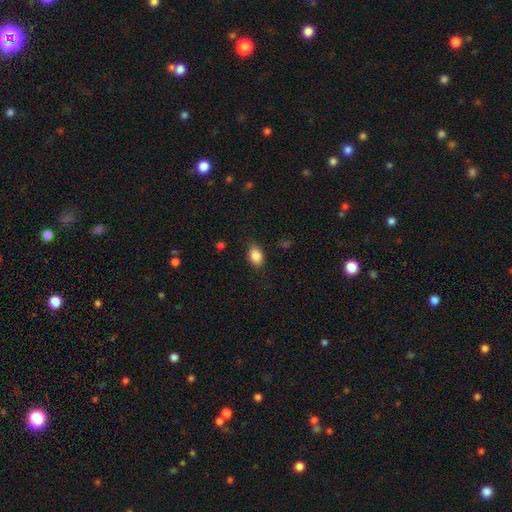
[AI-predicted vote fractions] A smooth galaxy with no disk features (86%) that is in between round and cigar-shaped (83%).

Vote fractions:
- Smooth or featured? smooth: 86% / star or artifact: 8% / featured or disk: 6%
- How rounded? in between: 83% / round: 16% / cigar-shaped: 2%
- Merging? none: 80% / minor disturbance: 15% / major disturbance: 3% / merger: 1%